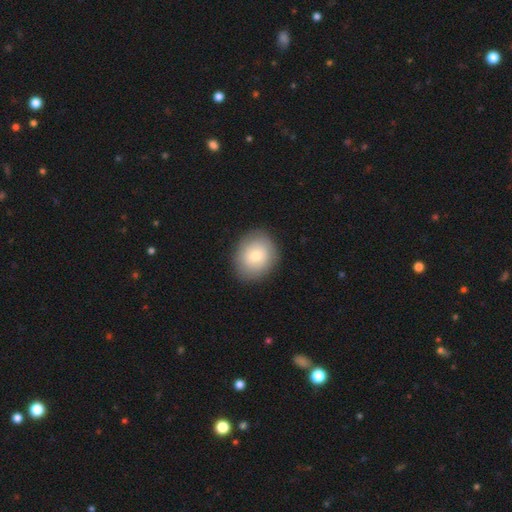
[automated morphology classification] type=smooth (72%); roundness=round (61%); merging=none (85%).